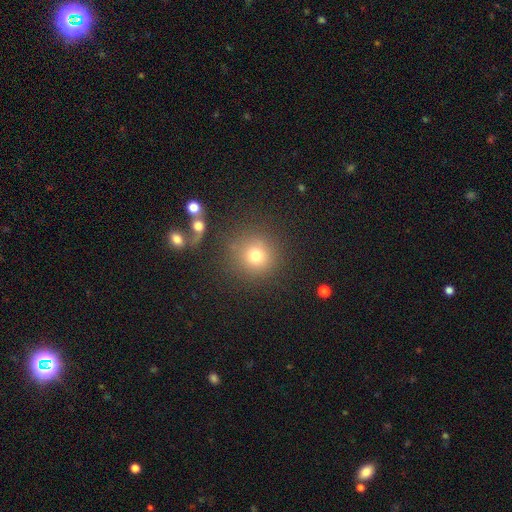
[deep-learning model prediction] Morphology: type=smooth (76%); roundness=round (92%); merging=none (81%).